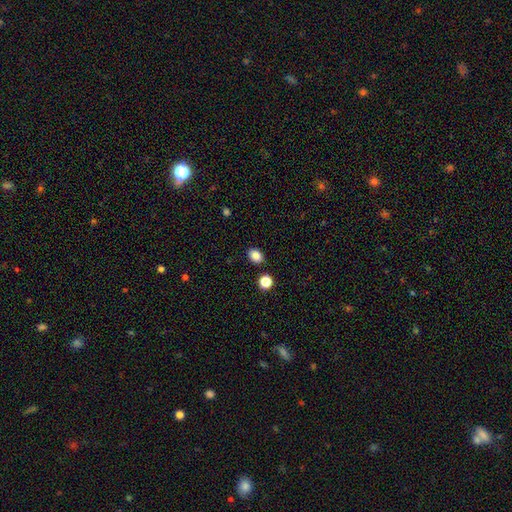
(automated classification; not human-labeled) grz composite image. It shows a smooth galaxy with no disk features (85%) that is in between round and cigar-shaped (67%). Merging: none (86%).